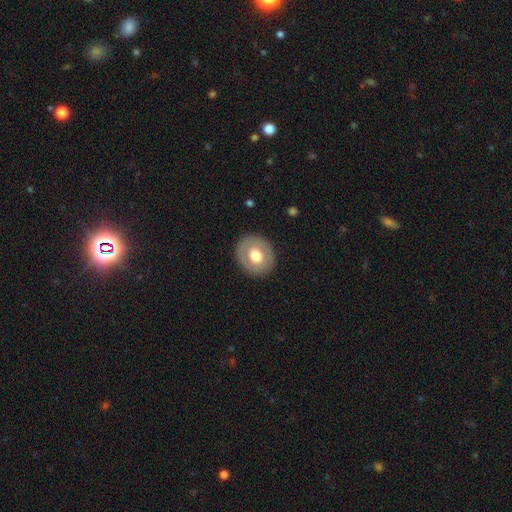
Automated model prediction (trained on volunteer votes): Smooth or featured?
  - smooth: 62% *
  - featured or disk: 32%
  - star or artifact: 7%
How rounded?
  - round: 73% *
  - in between: 26%
  - cigar-shaped: 1%
Merging?
  - none: 88% *
  - minor disturbance: 8%
  - major disturbance: 3%
  - merger: 1%